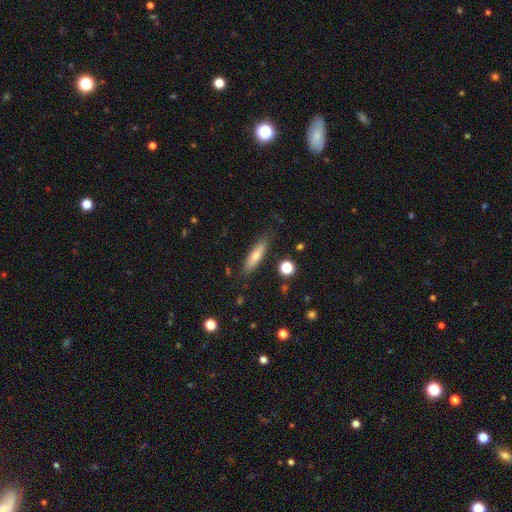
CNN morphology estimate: smooth 61%, featured or disk 32%, star or artifact 7%. Down the decision tree: how rounded — cigar-shaped (75%); merging — none (84%).